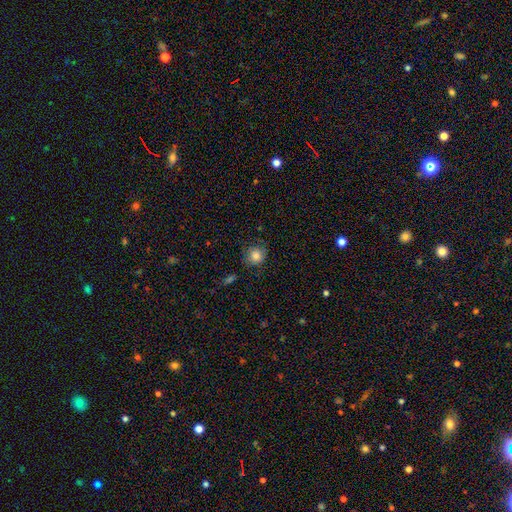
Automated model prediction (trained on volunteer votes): smooth-or-featured: smooth: 83% | star or artifact: 10% | featured or disk: 6%
  how-rounded: round: 88% | in between: 11% | cigar-shaped: 1%
  merging: none: 76% | minor disturbance: 18% | major disturbance: 4% | merger: 2%